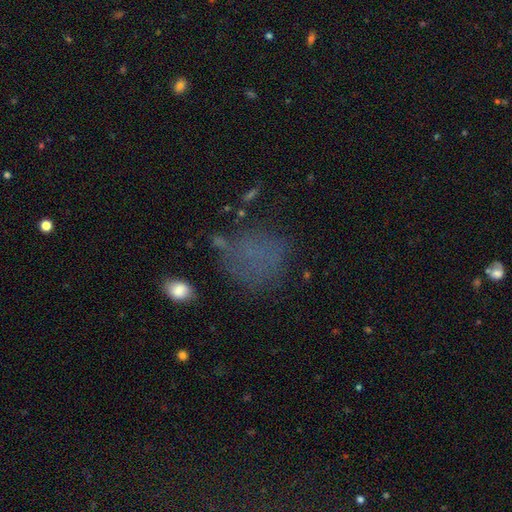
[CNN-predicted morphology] Overall: smooth (55%; star or artifact 26%). How rounded: round (67%; in between 31%). Merging: none (57%; minor disturbance 20%).